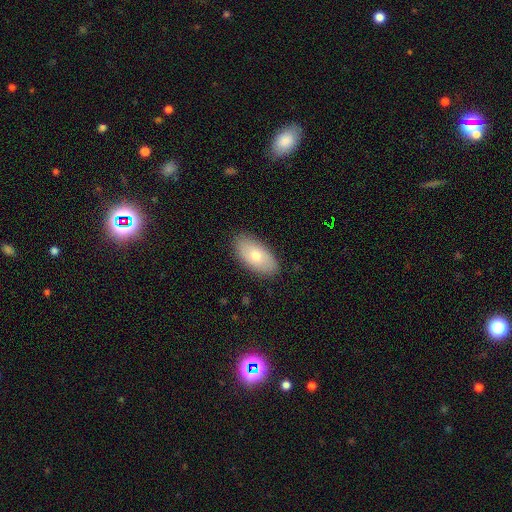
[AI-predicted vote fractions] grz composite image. It shows a smooth galaxy with no disk features (71%) that is in between round and cigar-shaped (93%). Merging: none (87%).